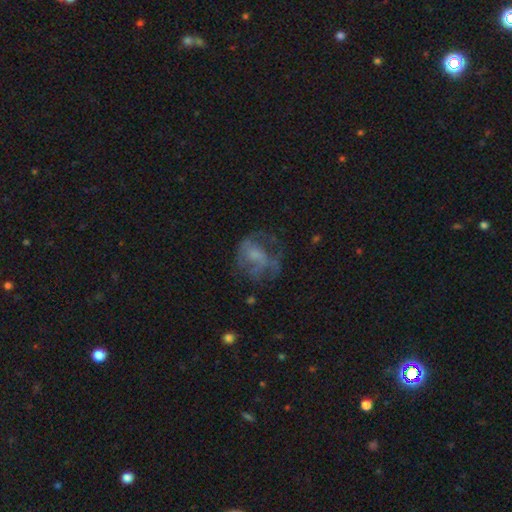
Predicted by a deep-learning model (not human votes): Overall: featured or disk (54%; smooth 32%). Edge-on disk: no (97%). Bar: no (71%). Spiral arms: no (51%; yes 49%). Bulge size: none (42%; small 26%). Merging: none (44%; major disturbance 34%).